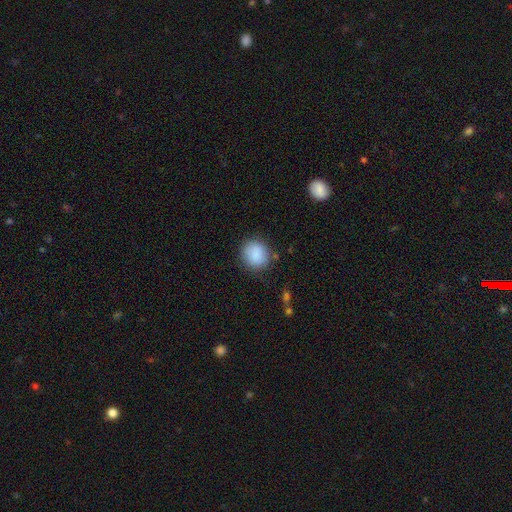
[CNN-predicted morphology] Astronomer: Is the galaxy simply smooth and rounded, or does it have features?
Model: smooth — 87%.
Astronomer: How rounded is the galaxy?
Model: round — 84%.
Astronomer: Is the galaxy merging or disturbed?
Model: none — 80%.